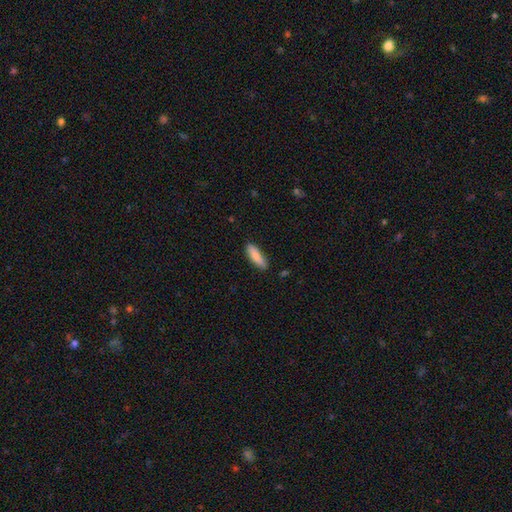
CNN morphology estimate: Q: Smooth or featured?
A: smooth (83%); runner-up: featured or disk (11%)
Q: How rounded?
A: cigar-shaped (59%); runner-up: in between (39%)
Q: Merging?
A: none (86%); runner-up: minor disturbance (10%)